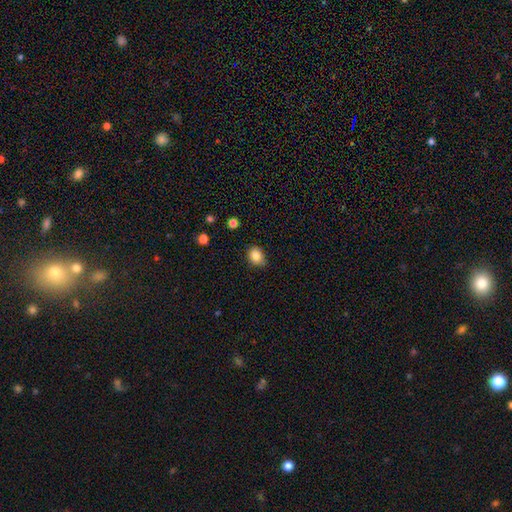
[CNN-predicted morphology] The model was most divided on "how rounded": in between: 57%, round: 42%, cigar-shaped: 1%. More confident: smooth or featured — smooth (86%); merging — none (73%).